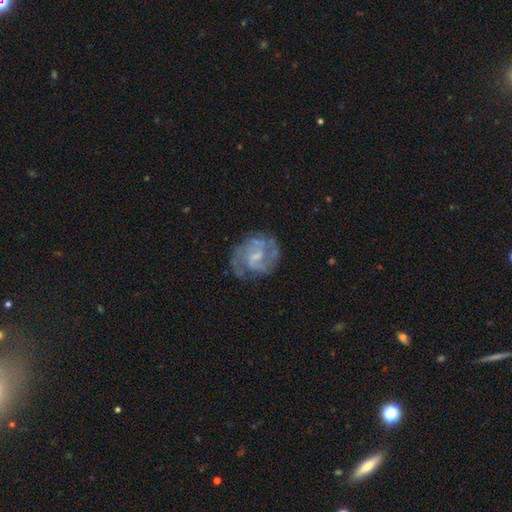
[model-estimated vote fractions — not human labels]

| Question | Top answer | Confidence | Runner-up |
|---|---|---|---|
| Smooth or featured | featured or disk | 79% | smooth (14%) |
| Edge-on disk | no | 98% | yes (2%) |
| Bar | weak | 54% | no (35%) |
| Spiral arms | yes | 86% | no (14%) |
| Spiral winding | medium | 45% | tight (37%) |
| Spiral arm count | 2 | 51% | can't tell (25%) |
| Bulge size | small | 47% | moderate (28%) |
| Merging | none | 64% | minor disturbance (20%) |